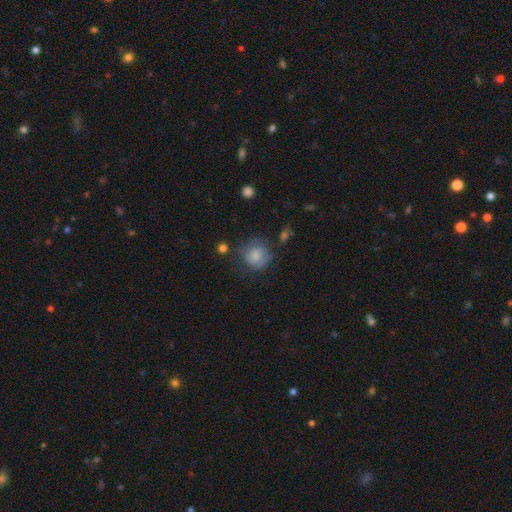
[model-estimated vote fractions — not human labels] A smooth galaxy with no disk features (68%) that is round (81%). Merging: none (58%).